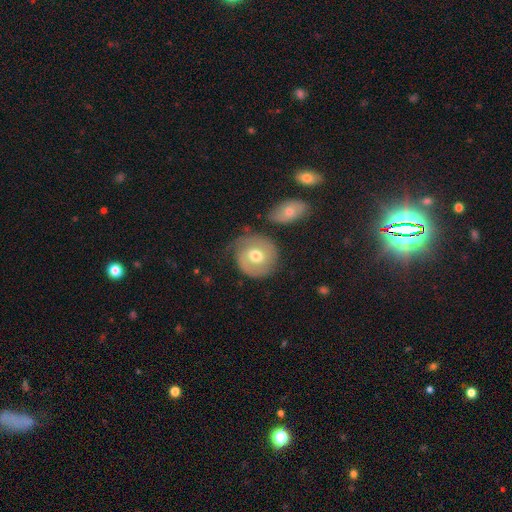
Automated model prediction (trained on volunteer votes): Q: Smooth or featured?
A: featured or disk (56%); runner-up: smooth (38%)
Q: Edge-on disk?
A: no (97%); runner-up: yes (3%)
Q: Bar?
A: no (61%); runner-up: weak (32%)
Q: Spiral arms?
A: yes (78%); runner-up: no (22%)
Q: Bulge size?
A: moderate (78%); runner-up: small (11%)
Q: Merging?
A: none (65%); runner-up: minor disturbance (19%)